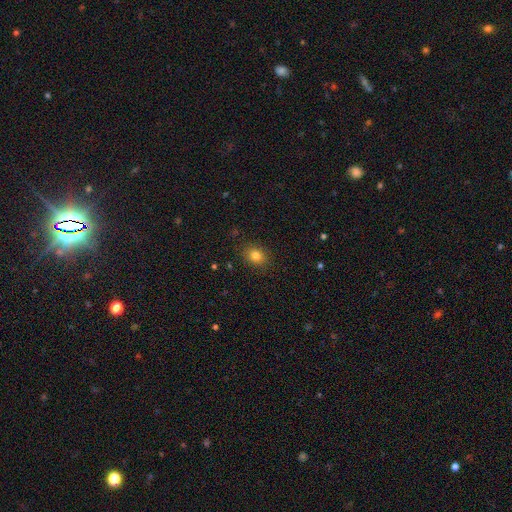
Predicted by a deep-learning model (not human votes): Q: Smooth or featured?
A: smooth (81%); runner-up: star or artifact (12%)
Q: How rounded?
A: round (53%); runner-up: in between (46%)
Q: Merging?
A: none (88%); runner-up: minor disturbance (9%)